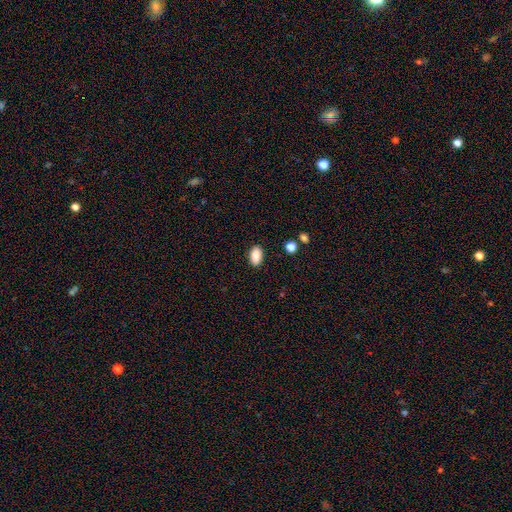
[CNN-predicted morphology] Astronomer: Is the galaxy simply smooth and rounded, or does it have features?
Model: smooth — 88%.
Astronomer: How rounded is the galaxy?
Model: in between — 92%.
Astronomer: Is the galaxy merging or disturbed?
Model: none — 88%.